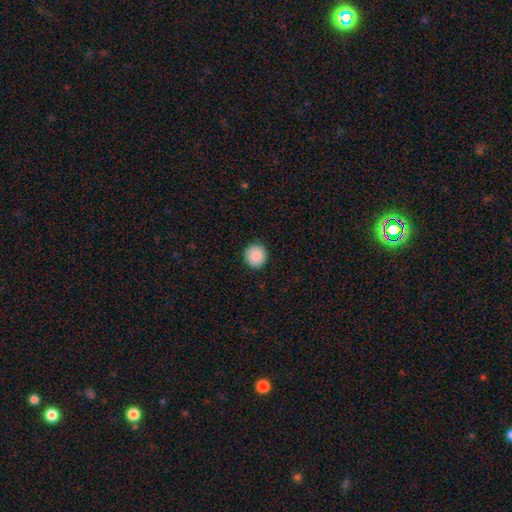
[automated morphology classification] A smooth galaxy with no disk features (89%) that is round (95%).

Vote fractions:
- Smooth or featured? smooth: 89% / star or artifact: 8% / featured or disk: 3%
- How rounded? round: 95% / in between: 4% / cigar-shaped: 1%
- Merging? none: 92% / minor disturbance: 5% / major disturbance: 2% / merger: 1%